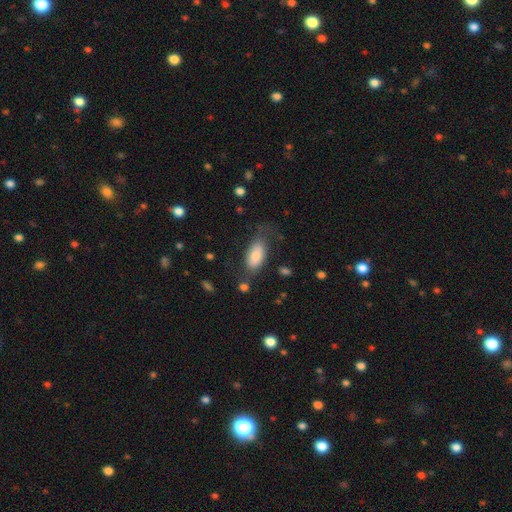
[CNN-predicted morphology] Smooth or featured? smooth (78%)
How rounded? in between (91%)
Merging? none (55%)